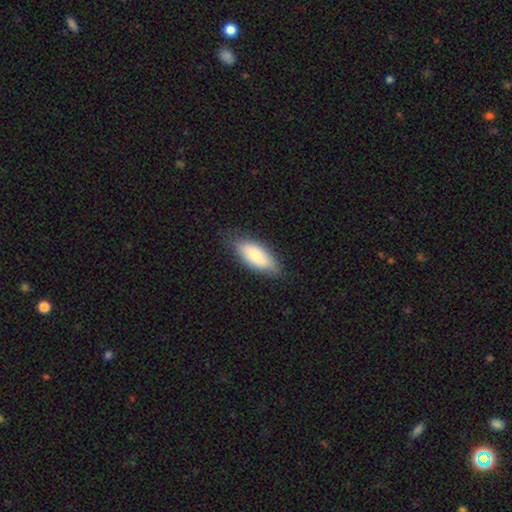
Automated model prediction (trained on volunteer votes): Smooth or featured? smooth (81%)
How rounded? in between (80%)
Merging? none (75%)